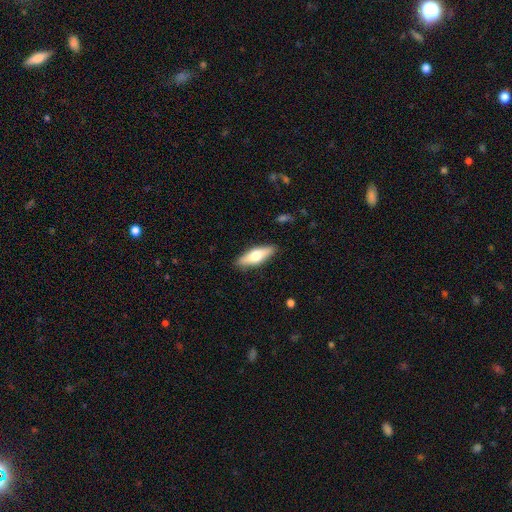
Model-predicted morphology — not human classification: smooth 55%, featured or disk 39%, star or artifact 6%. Down the decision tree: how rounded — in between (56%); merging — none (88%).